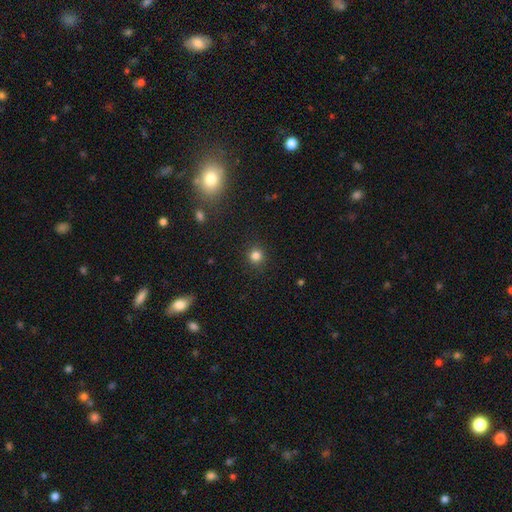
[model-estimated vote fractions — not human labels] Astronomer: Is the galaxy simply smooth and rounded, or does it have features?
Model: smooth — 82%.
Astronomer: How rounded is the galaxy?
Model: round — 94%.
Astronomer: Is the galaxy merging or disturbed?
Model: none — 91%.